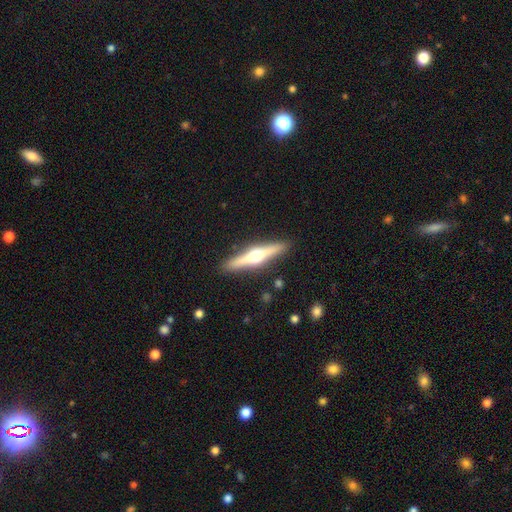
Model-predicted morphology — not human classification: Smooth or featured?
  - featured or disk: 71% *
  - smooth: 24%
  - star or artifact: 5%
Edge-on disk?
  - yes: 97% *
  - no: 3%
Edge-on bulge?
  - rounded: 95% *
  - boxy: 2%
  - none: 2%
Merging?
  - none: 91% *
  - minor disturbance: 7%
  - major disturbance: 1%
  - merger: 1%